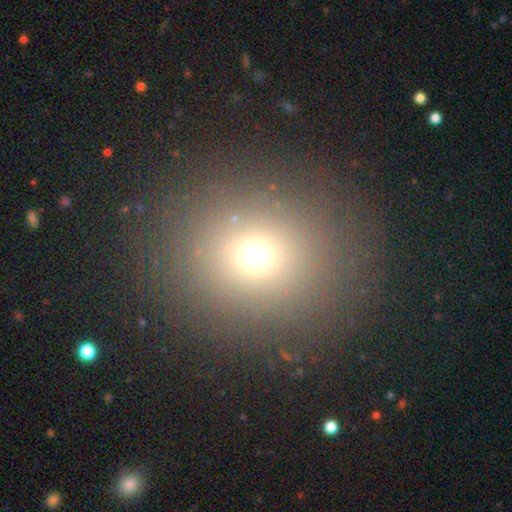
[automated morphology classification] A smooth galaxy with no disk features (67%) that is round (78%). Merging: none (87%).